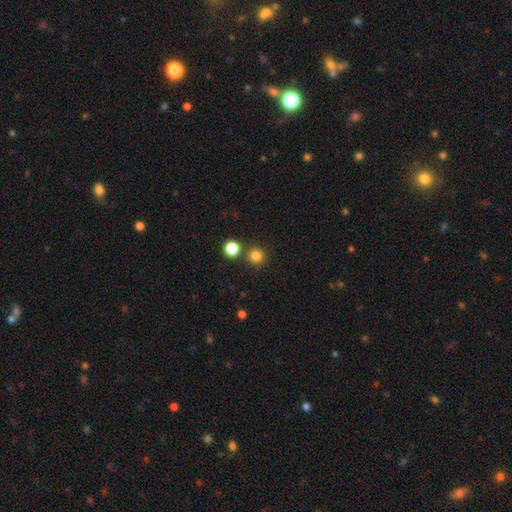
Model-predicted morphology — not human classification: type=smooth (82%); roundness=round (93%); merging=none (81%).